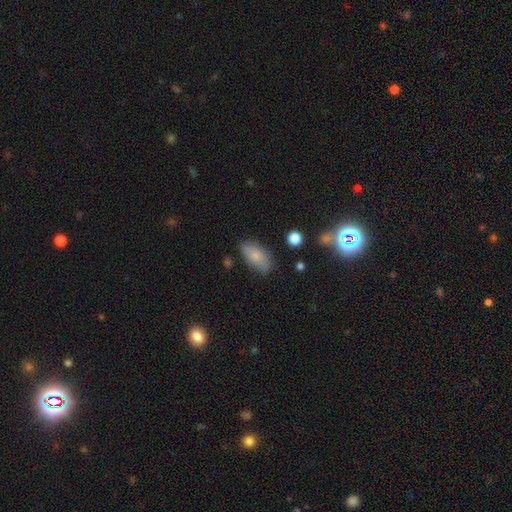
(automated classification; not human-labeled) A smooth galaxy with no disk features (78%) that is in between round and cigar-shaped (91%). Merging: none (76%).